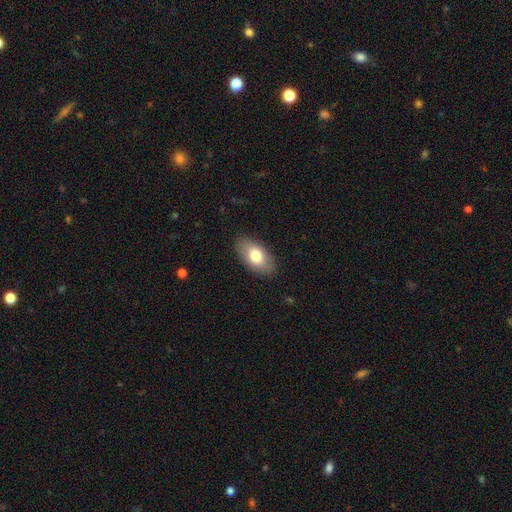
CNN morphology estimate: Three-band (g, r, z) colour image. It shows a smooth galaxy with no disk features (76%) that is in between round and cigar-shaped (93%). Merging: none (86%).